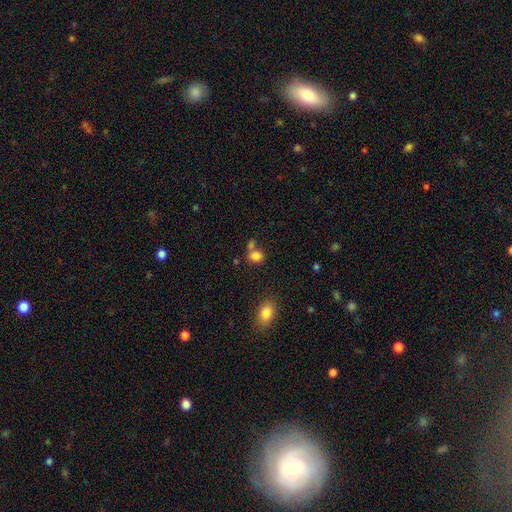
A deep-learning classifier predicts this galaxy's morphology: Smooth or featured?
  - smooth: 82% *
  - star or artifact: 11%
  - featured or disk: 7%
How rounded?
  - in between: 58% *
  - round: 40%
  - cigar-shaped: 1%
Merging?
  - none: 50% *
  - merger: 32%
  - minor disturbance: 12%
  - major disturbance: 5%